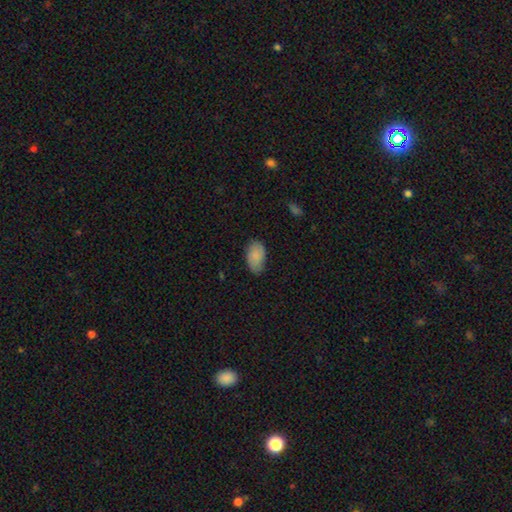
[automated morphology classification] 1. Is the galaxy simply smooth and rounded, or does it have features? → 83% smooth, 11% featured or disk, 7% star or artifact.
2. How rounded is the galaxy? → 94% in between, 5% round, 1% cigar-shaped.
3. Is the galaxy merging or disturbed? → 69% none, 25% minor disturbance, 5% major disturbance, 1% merger.